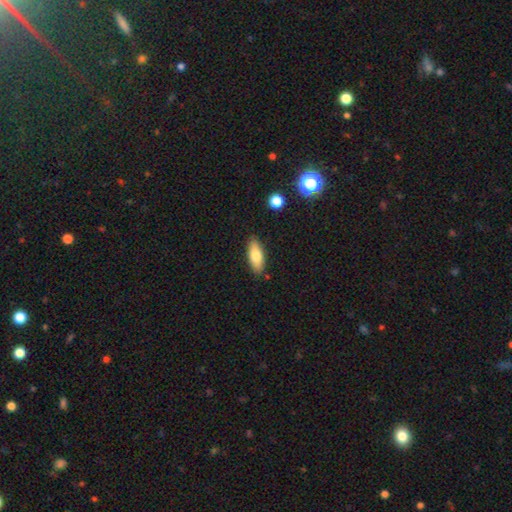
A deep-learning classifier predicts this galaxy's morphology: Smooth or featured: smooth — 76% (featured or disk — 17%)
How rounded: in between — 76% (cigar-shaped — 22%)
Merging: none — 86% (minor disturbance — 10%)